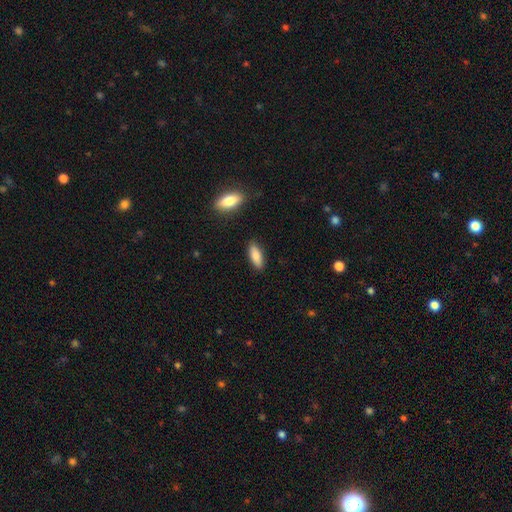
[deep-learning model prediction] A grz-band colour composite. It shows a smooth galaxy with no disk features (82%) that is in between round and cigar-shaped (65%). Merging: none (87%).